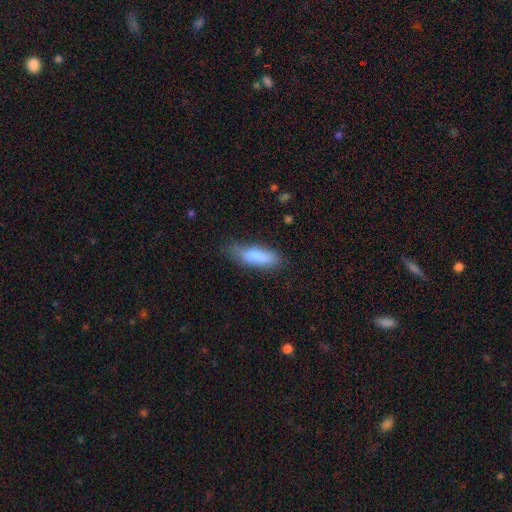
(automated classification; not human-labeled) smooth-or-featured: smooth: 81% | featured or disk: 13% | star or artifact: 7%
  how-rounded: in between: 52% | cigar-shaped: 46% | round: 2%
  merging: none: 64% | minor disturbance: 27% | major disturbance: 7% | merger: 2%